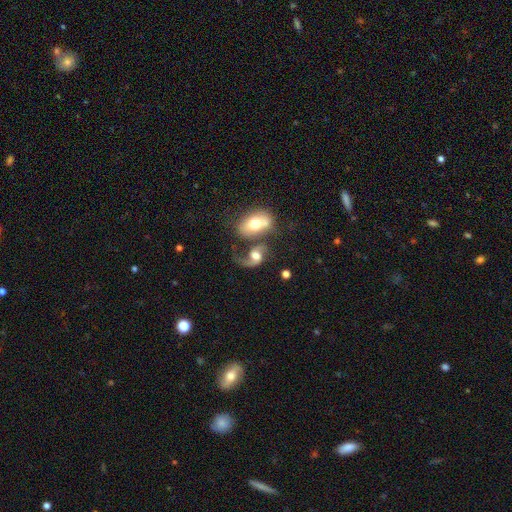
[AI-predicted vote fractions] A featured or disk galaxy (63%) with no bar (60%), 2 (53%) loose (70%) spiral arms (84%) and a moderate central bulge (54%).

Vote fractions:
- Smooth or featured? featured or disk: 63% / smooth: 29% / star or artifact: 8%
- Edge-on disk? no: 96% / yes: 4%
- Bar? no: 60% / weak: 31% / strong: 10%
- Spiral arms? yes: 84% / no: 16%
- Spiral winding? loose: 70% / medium: 24% / tight: 6%
- Spiral arm count? 2: 53% / 1: 41% / can't tell: 4% / 3: 1% / 4: 1% / more than 4: 1%
- Bulge size? moderate: 54% / large: 31% / small: 9% / dominant: 4% / none: 3%
- Merging? merger: 45% / major disturbance: 25% / none: 19% / minor disturbance: 11%